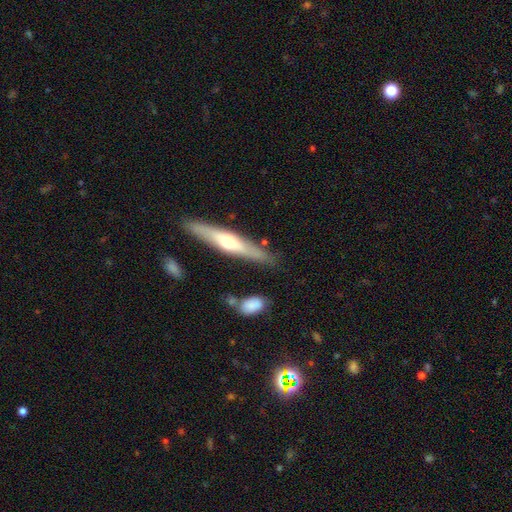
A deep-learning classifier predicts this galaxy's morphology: smooth_or_featured: featured or disk (p=0.51) [alt: smooth p=0.43]
disk_edge_on: yes (p=0.92) [alt: no p=0.08]
merging: none (p=0.81) [alt: minor disturbance p=0.12]